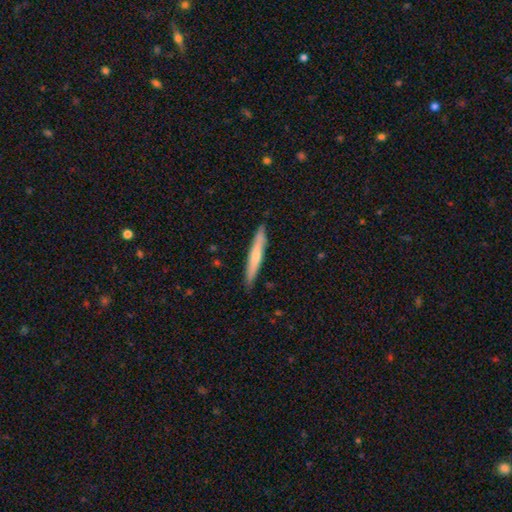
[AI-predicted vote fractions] Smooth or featured: smooth — 60% (featured or disk — 35%)
How rounded: cigar-shaped — 95% (in between — 4%)
Merging: none — 88% (minor disturbance — 10%)